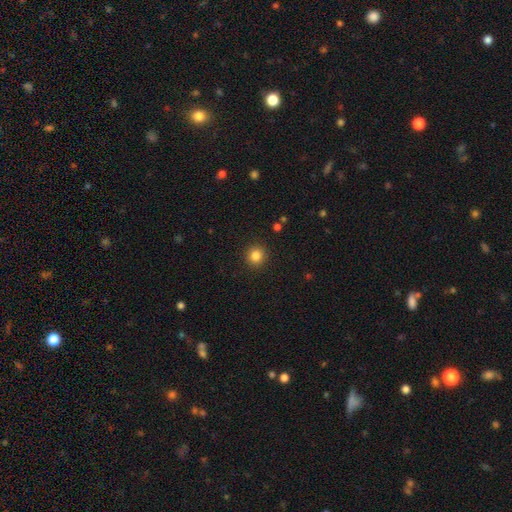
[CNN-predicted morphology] Smooth or featured? smooth (84%)
How rounded? round (94%)
Merging? none (92%)